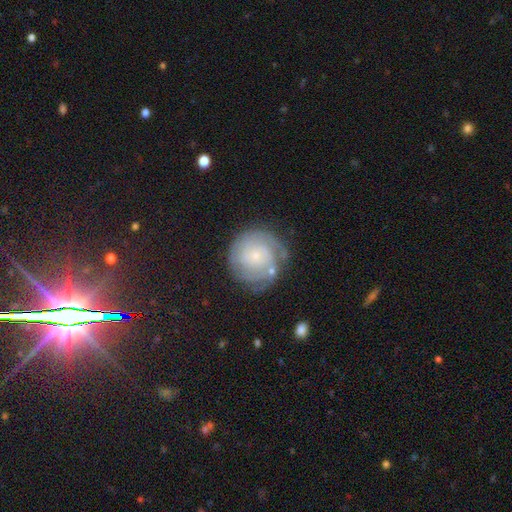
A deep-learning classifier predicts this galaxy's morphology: Smooth or featured? Predicted: featured or disk (p=0.70). Edge-on disk? Predicted: no (p=0.98). Bar? Predicted: no (p=0.78). Spiral arms? Predicted: yes (p=0.89). Spiral winding? Predicted: tight (p=0.73). Spiral arm count? Predicted: can't tell (p=0.39). Bulge size? Predicted: small (p=0.79). Merging? Predicted: none (p=0.70).